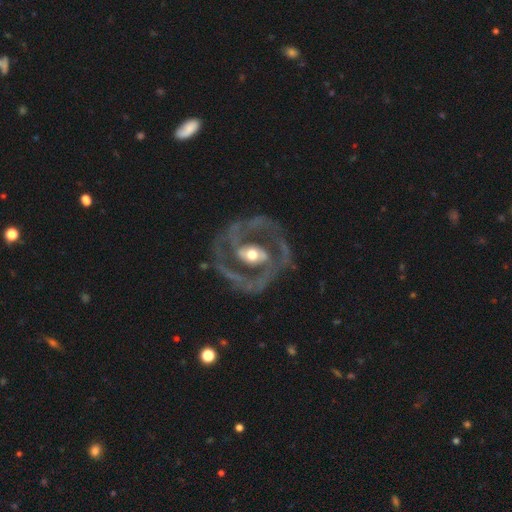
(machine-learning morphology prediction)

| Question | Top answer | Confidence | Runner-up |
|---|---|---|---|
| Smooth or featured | featured or disk | 86% | smooth (9%) |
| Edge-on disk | no | 95% | yes (5%) |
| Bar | strong | 37% | no (33%) |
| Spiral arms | yes | 73% | no (27%) |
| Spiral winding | medium | 43% | tied: tight (43%) |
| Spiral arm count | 2 | 73% | can't tell (12%) |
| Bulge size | moderate | 64% | small (24%) |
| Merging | none | 73% | minor disturbance (14%) |